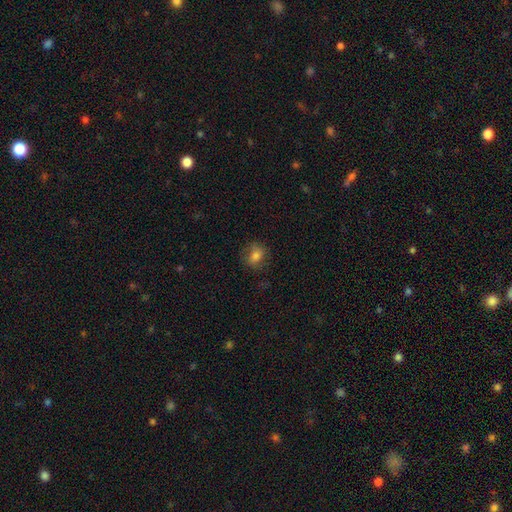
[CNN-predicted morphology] smooth-or-featured: smooth: 75% | featured or disk: 14% | star or artifact: 11%
  how-rounded: round: 59% | in between: 39% | cigar-shaped: 1%
  merging: none: 77% | minor disturbance: 17% | major disturbance: 5% | merger: 1%